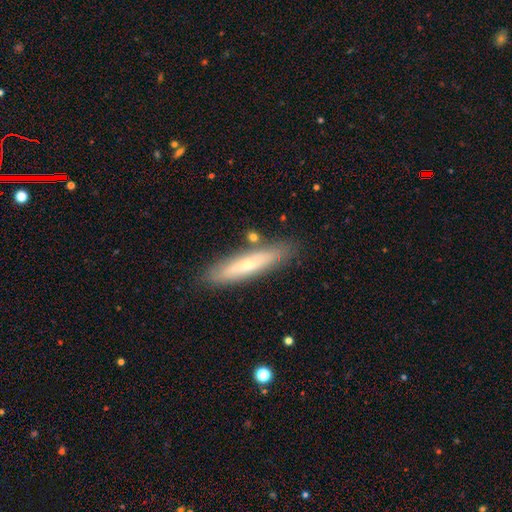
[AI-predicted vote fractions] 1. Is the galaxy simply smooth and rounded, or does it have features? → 52% smooth, 41% featured or disk, 7% star or artifact.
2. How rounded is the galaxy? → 81% cigar-shaped, 17% in between, 2% round.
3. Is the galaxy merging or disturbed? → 81% none, 12% minor disturbance, 4% merger, 3% major disturbance.